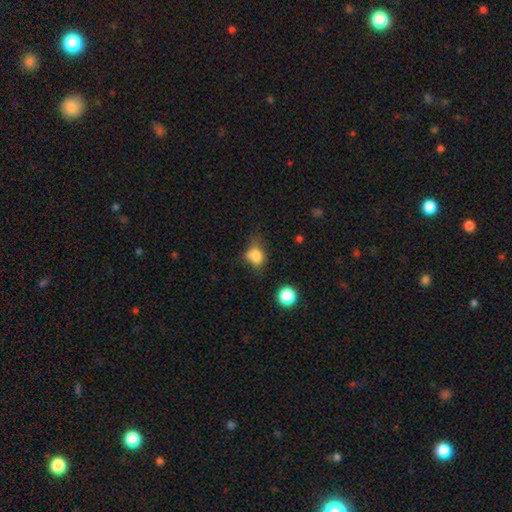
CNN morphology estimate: This appears to be a smooth galaxy with no disk features (78%) that is round (51%). Merging: none (43%).